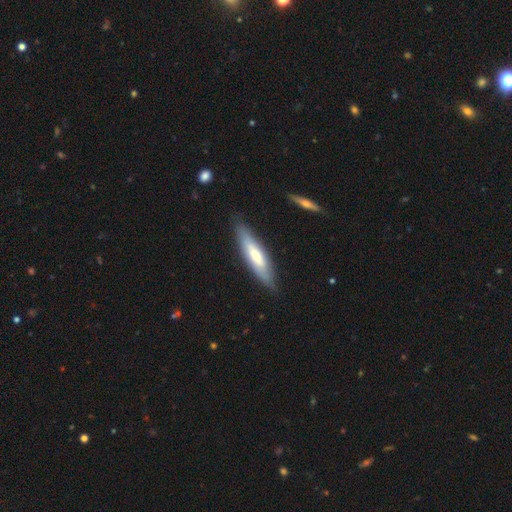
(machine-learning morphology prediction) smooth 59%, featured or disk 36%, star or artifact 5%. Down the decision tree: how rounded — cigar-shaped (67%); merging — none (82%).